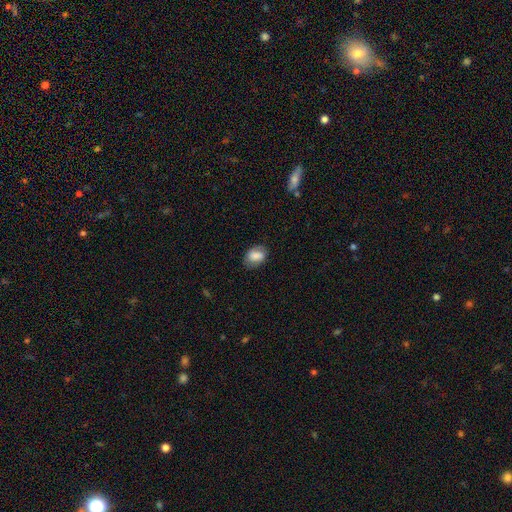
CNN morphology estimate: A smooth galaxy with no disk features (77%) that is in between round and cigar-shaped (79%).

Vote fractions:
- Smooth or featured? smooth: 77% / featured or disk: 15% / star or artifact: 8%
- How rounded? in between: 79% / round: 19% / cigar-shaped: 1%
- Merging? none: 71% / minor disturbance: 21% / major disturbance: 6% / merger: 1%